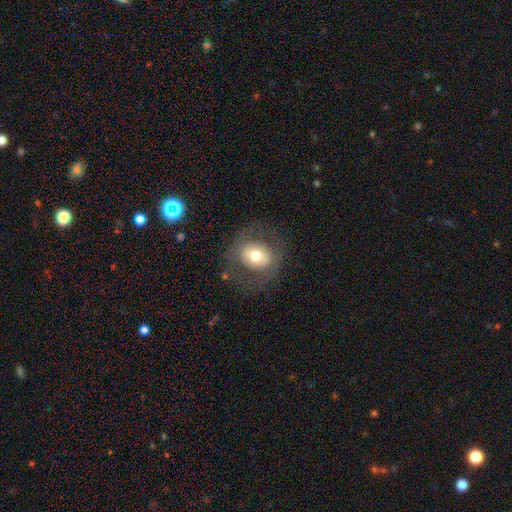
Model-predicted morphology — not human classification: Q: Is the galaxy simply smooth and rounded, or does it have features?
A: smooth — 55%.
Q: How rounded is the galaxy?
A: round — 65%.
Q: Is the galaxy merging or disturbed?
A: none — 74%.